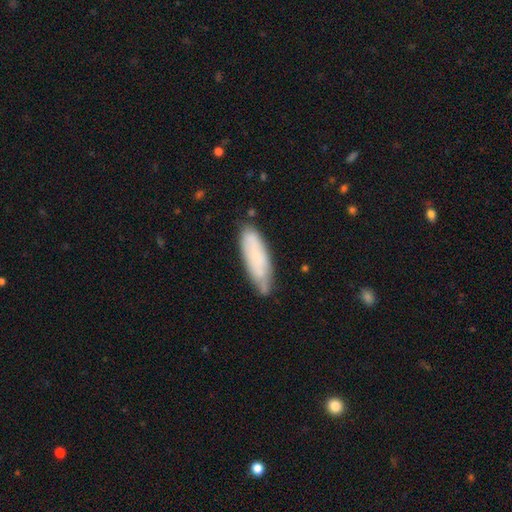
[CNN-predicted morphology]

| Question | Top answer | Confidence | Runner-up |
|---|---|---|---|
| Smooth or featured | smooth | 72% | featured or disk (21%) |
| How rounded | cigar-shaped | 51% | in between (48%) |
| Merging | none | 68% | minor disturbance (24%) |